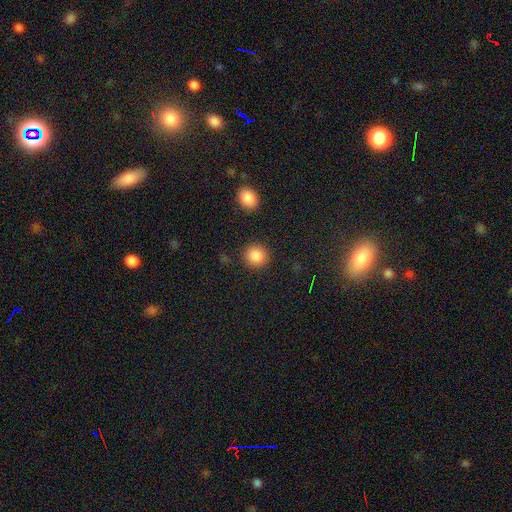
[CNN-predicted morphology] Smooth or featured? smooth (87%)
How rounded? round (90%)
Merging? none (89%)